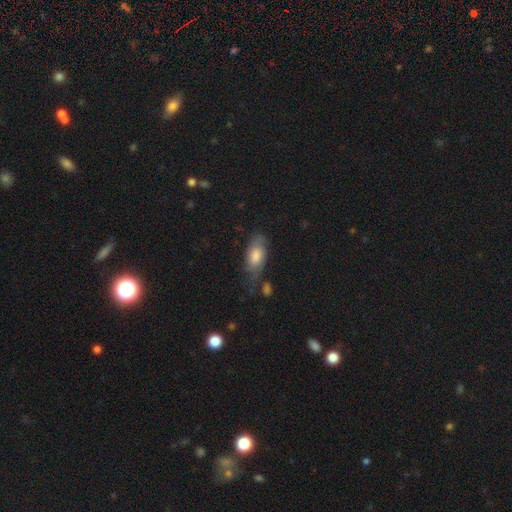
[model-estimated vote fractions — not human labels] Q: Smooth or featured?
A: smooth (60%); runner-up: featured or disk (33%)
Q: How rounded?
A: in between (87%); runner-up: cigar-shaped (9%)
Q: Merging?
A: none (55%); runner-up: minor disturbance (29%)